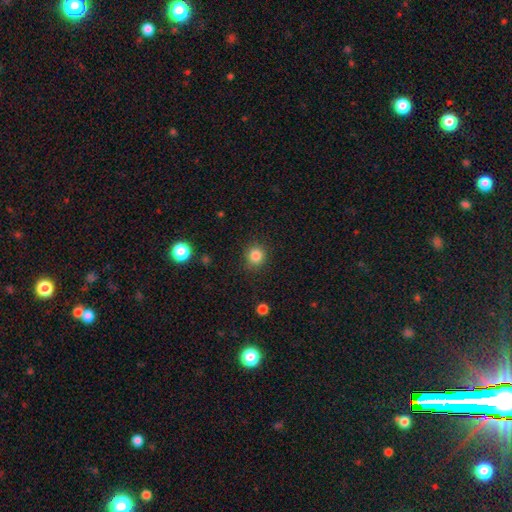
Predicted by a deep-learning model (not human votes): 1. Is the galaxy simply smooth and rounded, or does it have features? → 84% smooth, 12% star or artifact, 4% featured or disk.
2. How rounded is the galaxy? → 88% round, 11% in between, 1% cigar-shaped.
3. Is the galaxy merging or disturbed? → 87% none, 8% minor disturbance, 3% major disturbance, 1% merger.